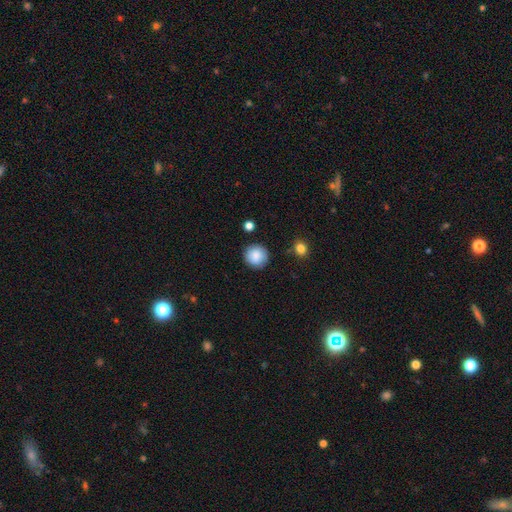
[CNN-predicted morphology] Smooth or featured?
  - smooth: 86% *
  - star or artifact: 8%
  - featured or disk: 6%
How rounded?
  - round: 94% *
  - in between: 5%
  - cigar-shaped: 1%
Merging?
  - none: 87% *
  - minor disturbance: 9%
  - major disturbance: 2%
  - merger: 2%